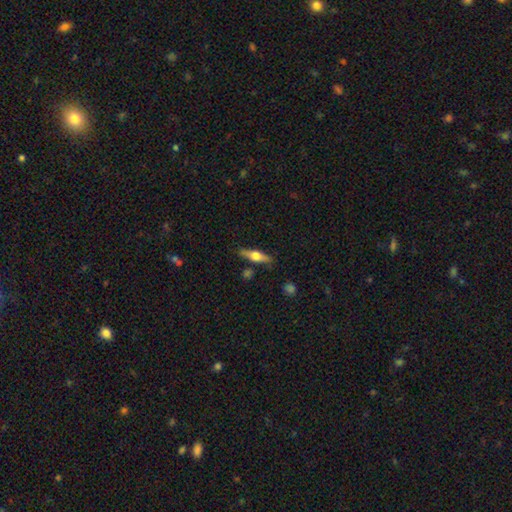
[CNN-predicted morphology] This is possibly a featured or disk galaxy (55%). It is clearly viewed edge-on (94%). Edge-on bulge: clearly rounded (94%). Merging: clearly none (83%).